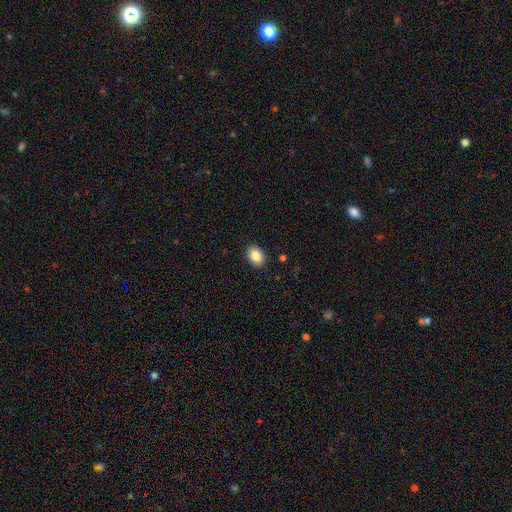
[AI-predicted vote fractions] Q: Smooth or featured?
A: smooth (86%); runner-up: star or artifact (8%)
Q: How rounded?
A: in between (74%); runner-up: round (25%)
Q: Merging?
A: none (90%); runner-up: minor disturbance (7%)